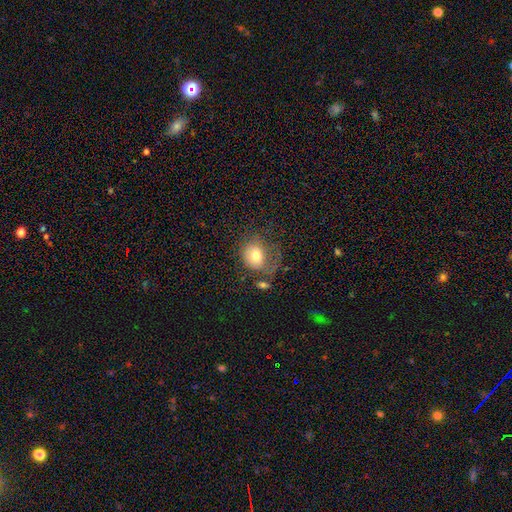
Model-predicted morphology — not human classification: Overall: smooth (73%). How rounded: round (55%; in between 44%). Merging: none (38%; major disturbance 29%).